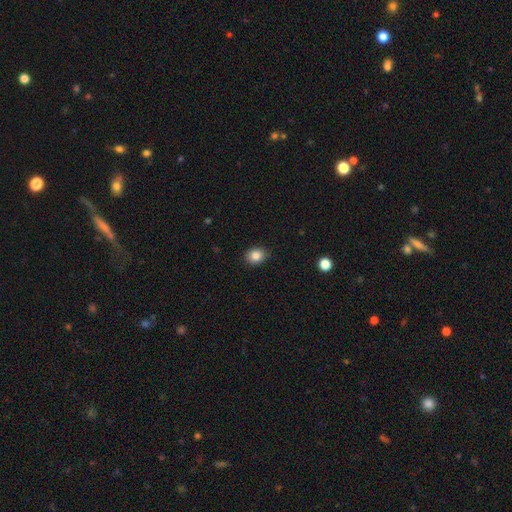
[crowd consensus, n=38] Smooth or featured: smooth — 95% (featured or disk — 3%)
How rounded: round — 72% (in between — 28%)
Merging: none — 97% (minor disturbance — 3%)